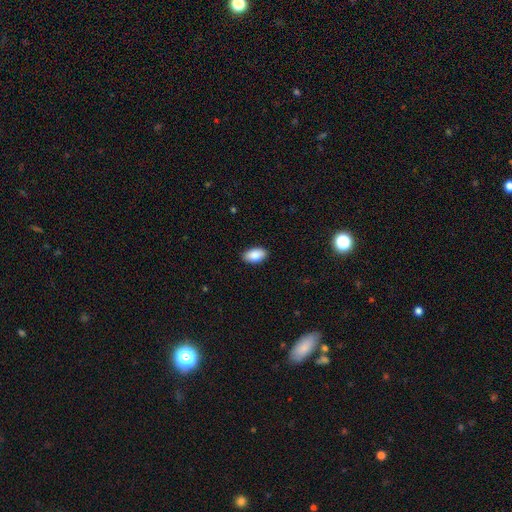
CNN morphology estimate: This appears to be a smooth galaxy with no disk features (88%) that is in between round and cigar-shaped (95%). Merging: none (89%).